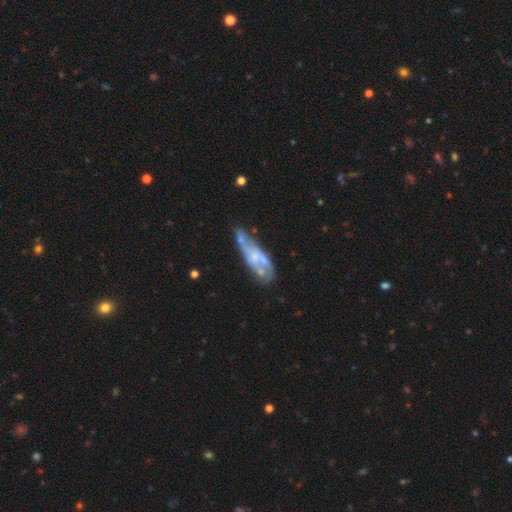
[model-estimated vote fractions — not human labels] smooth-or-featured: featured or disk: 61% | smooth: 31% | star or artifact: 8%
  disk-edge-on: no: 79% | yes: 21%
  merging: none: 41% | minor disturbance: 25% | merger: 18% | major disturbance: 16%